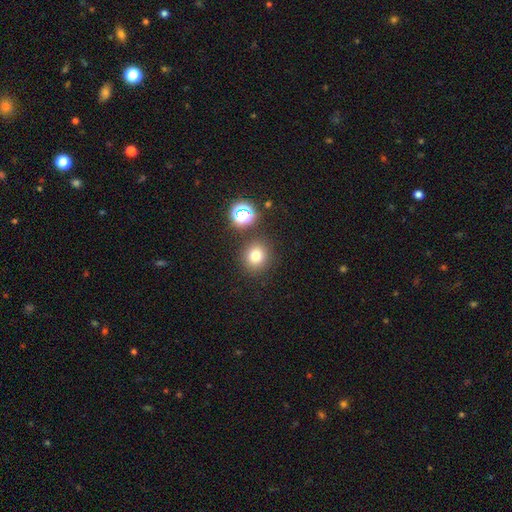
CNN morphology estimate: A smooth galaxy with no disk features (75%) that is round (88%).

Vote fractions:
- Smooth or featured? smooth: 75% / star or artifact: 18% / featured or disk: 8%
- How rounded? round: 88% / in between: 11% / cigar-shaped: 1%
- Merging? none: 83% / minor disturbance: 8% / merger: 6% / major disturbance: 3%